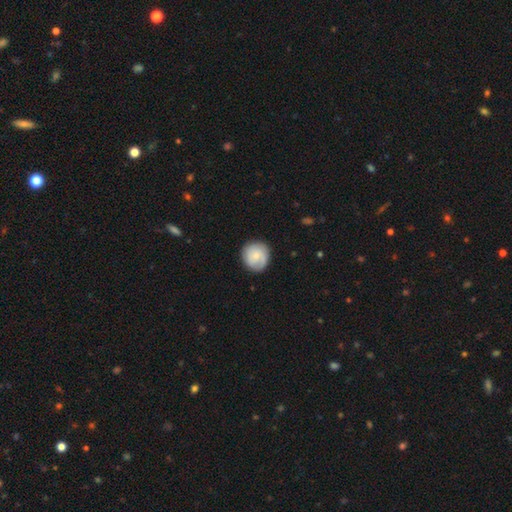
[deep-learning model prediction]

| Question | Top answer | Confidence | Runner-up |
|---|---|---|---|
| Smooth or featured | smooth | 64% | featured or disk (29%) |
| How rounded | round | 90% | in between (9%) |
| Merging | none | 81% | minor disturbance (14%) |